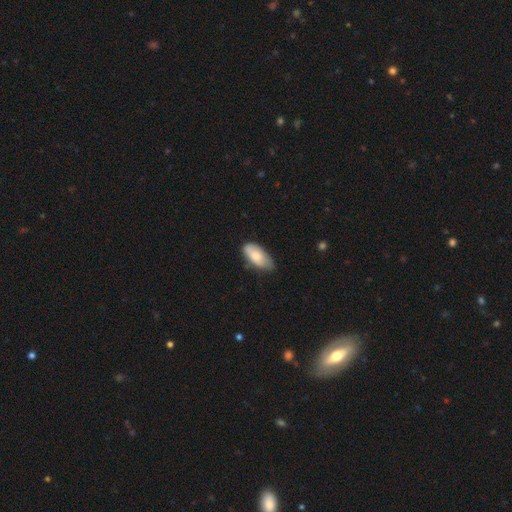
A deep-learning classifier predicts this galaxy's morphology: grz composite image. It shows a smooth galaxy with no disk features (79%) that is in between round and cigar-shaped (91%). Merging: none (61%).